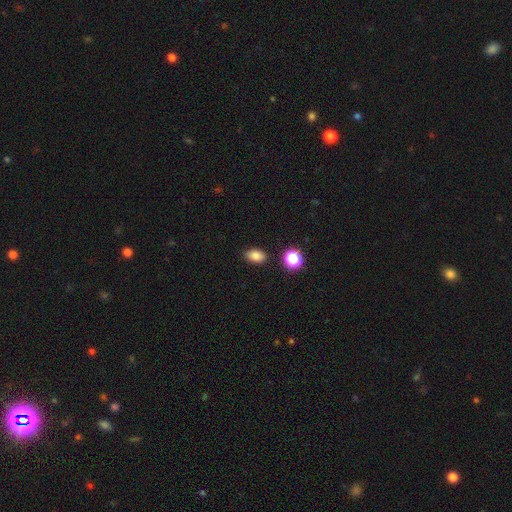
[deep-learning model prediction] A smooth galaxy with no disk features (81%) that is in between round and cigar-shaped (85%). Merging: none (86%).